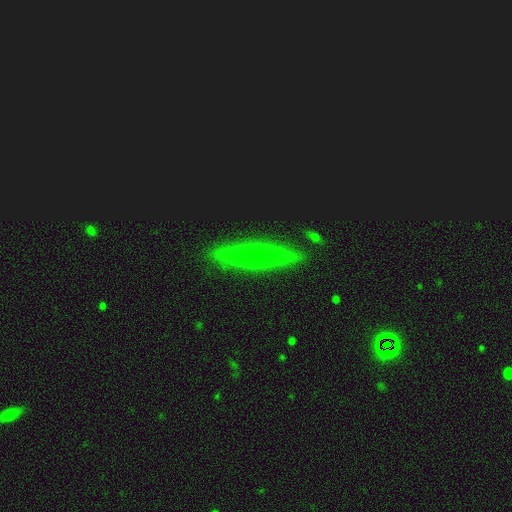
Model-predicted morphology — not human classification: smooth_or_featured: featured or disk (p=0.44) [alt: smooth p=0.34]
merging: none (p=0.88) [alt: minor disturbance p=0.09]